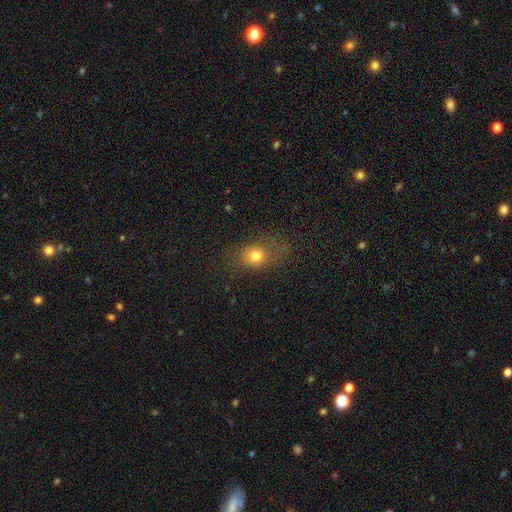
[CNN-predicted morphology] This appears to be a smooth galaxy with no disk features (75%) that is round (51%). Merging: none (65%).